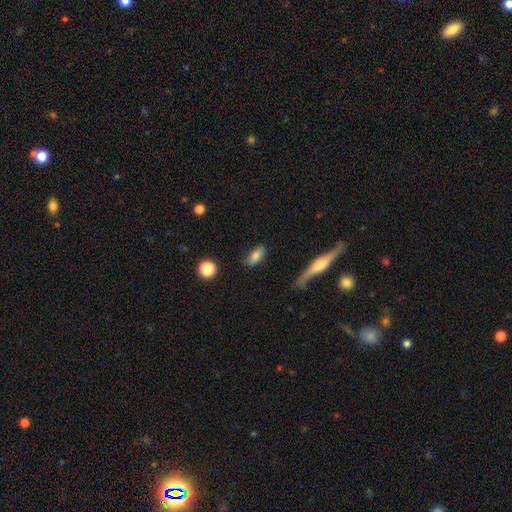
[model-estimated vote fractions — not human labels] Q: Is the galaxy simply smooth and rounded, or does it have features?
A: smooth — 81%.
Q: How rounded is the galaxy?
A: in between — 85%.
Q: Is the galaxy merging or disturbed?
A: none — 78%.